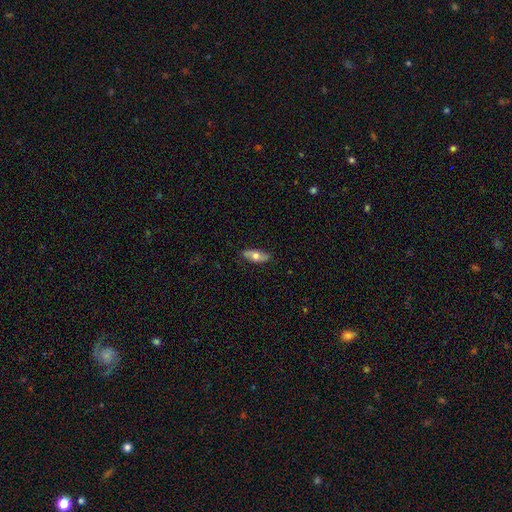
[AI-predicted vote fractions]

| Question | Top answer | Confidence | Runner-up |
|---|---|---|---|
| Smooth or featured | smooth | 61% | featured or disk (33%) |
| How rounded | in between | 76% | cigar-shaped (20%) |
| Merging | none | 83% | minor disturbance (14%) |